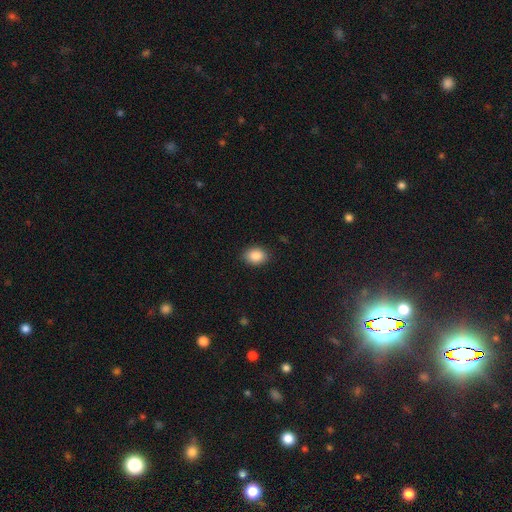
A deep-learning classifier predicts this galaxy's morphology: Smooth or featured?
  - smooth: 87% *
  - star or artifact: 8%
  - featured or disk: 4%
How rounded?
  - in between: 63% *
  - round: 36%
  - cigar-shaped: 1%
Merging?
  - none: 88% *
  - minor disturbance: 8%
  - major disturbance: 2%
  - merger: 1%